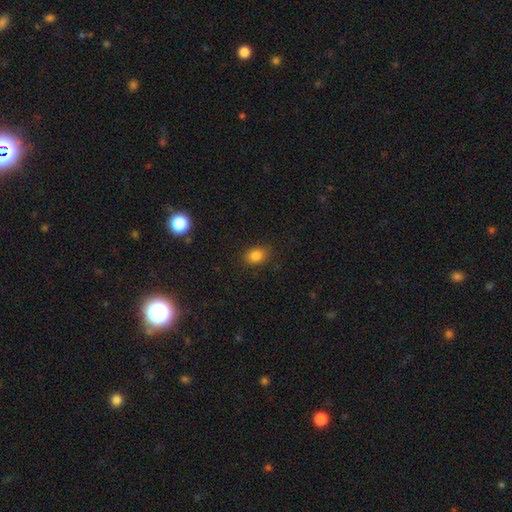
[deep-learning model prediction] smooth_or_featured: smooth (p=0.83) [alt: star or artifact p=0.11]
how_rounded: in between (p=0.56) [alt: round p=0.43]
merging: none (p=0.85) [alt: minor disturbance p=0.11]